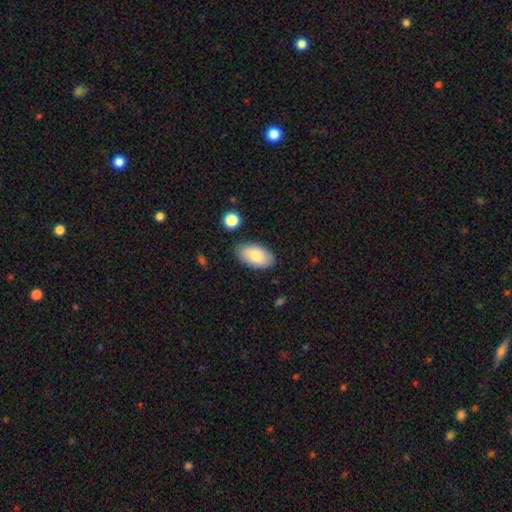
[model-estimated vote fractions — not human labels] The model was most divided on "merging": none: 81%, minor disturbance: 13%, major disturbance: 3%, merger: 3%. More confident: how rounded — in between (95%); smooth or featured — smooth (82%).